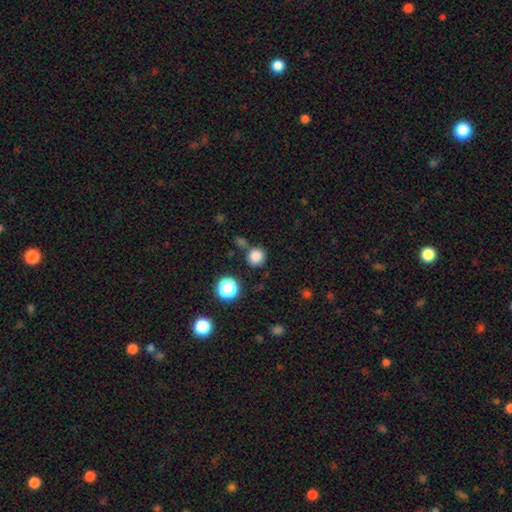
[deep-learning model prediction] Smooth or featured? smooth (82%)
How rounded? round (91%)
Merging? none (77%)